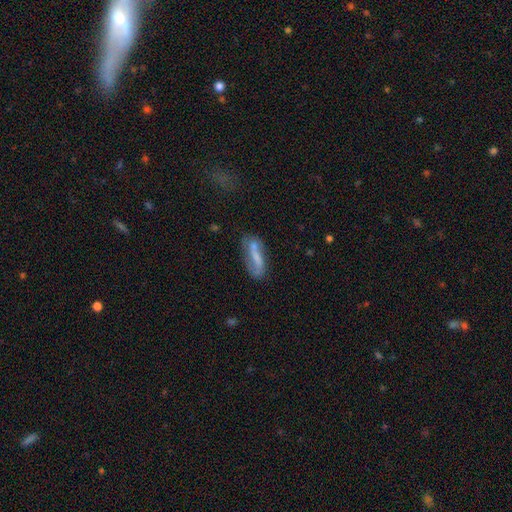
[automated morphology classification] type=featured or disk (47%); merging=none (46%).